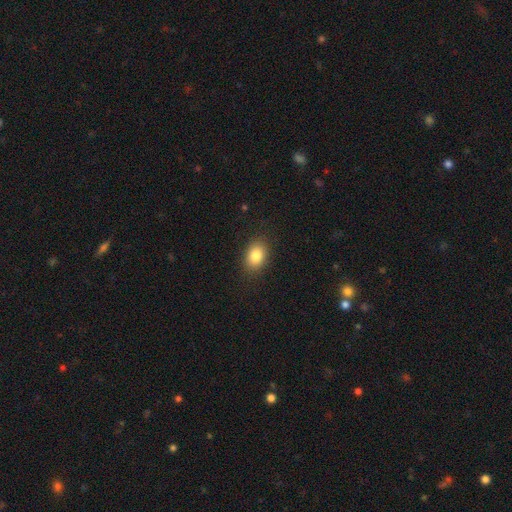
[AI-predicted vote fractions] This is clearly a smooth galaxy (84%). How rounded: likely in between (76%). Merging: clearly none (87%).